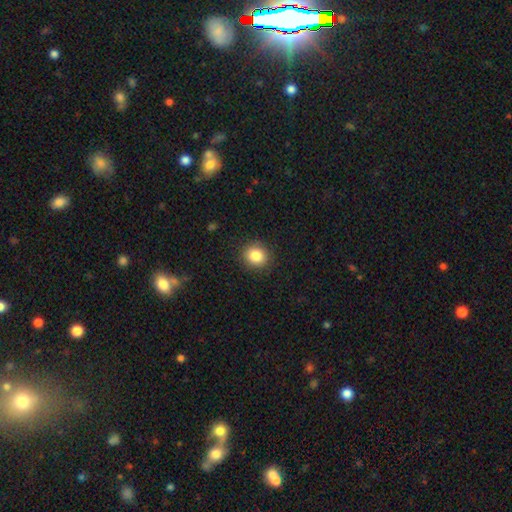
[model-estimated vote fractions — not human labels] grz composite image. It shows a smooth galaxy with no disk features (85%) that is round (80%). Merging: none (90%).